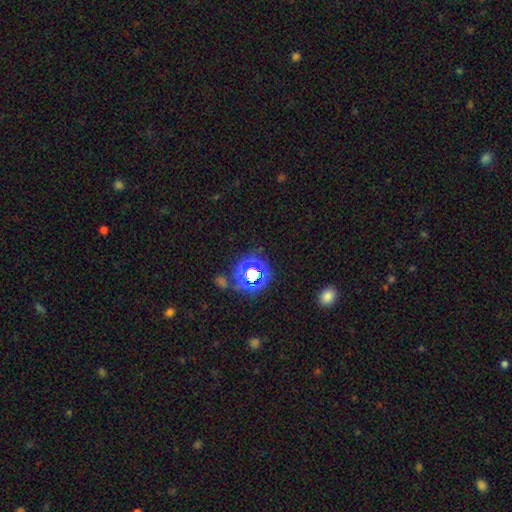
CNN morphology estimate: smooth-or-featured: star or artifact: 67% | smooth: 26% | featured or disk: 7%